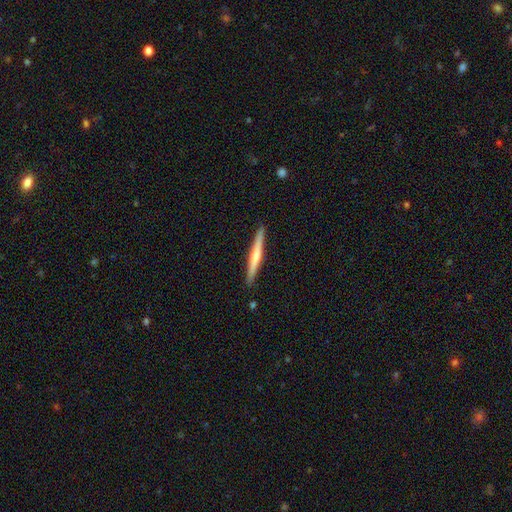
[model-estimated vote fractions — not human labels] Smooth or featured? Predicted: featured or disk (p=0.49). Merging? Predicted: none (p=0.91).